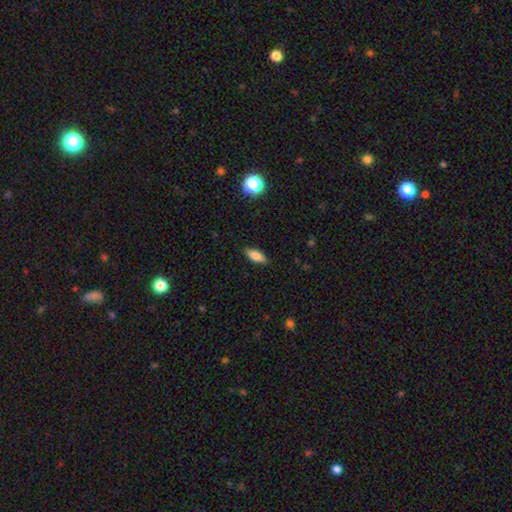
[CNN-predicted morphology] smooth-or-featured: smooth: 79% | featured or disk: 13% | star or artifact: 8%
  how-rounded: in between: 76% | cigar-shaped: 21% | round: 3%
  merging: none: 87% | minor disturbance: 10% | major disturbance: 2% | merger: 1%